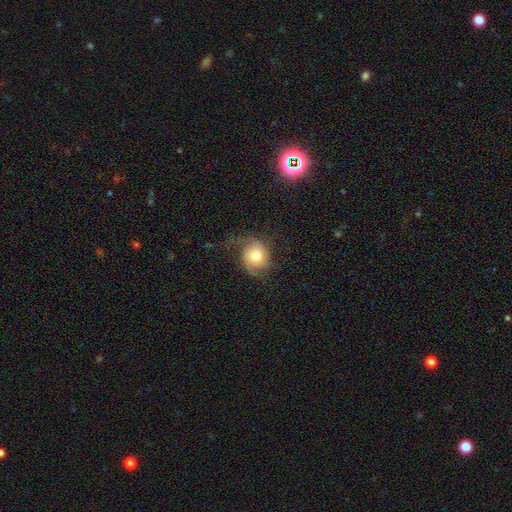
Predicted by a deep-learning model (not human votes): Morphology: type=featured or disk (47%); merging=none (48%).